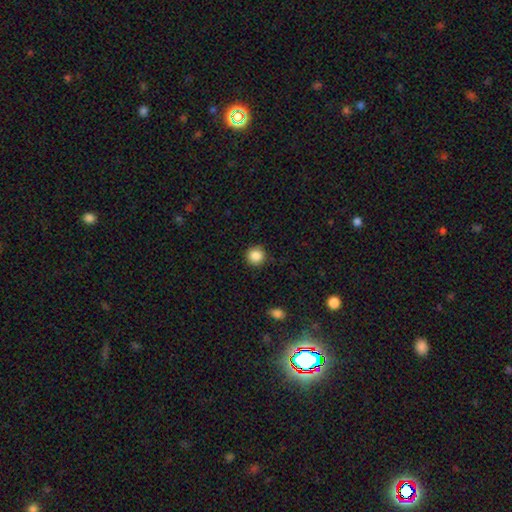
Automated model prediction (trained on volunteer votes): smooth 87%, star or artifact 10%, featured or disk 3%. Down the decision tree: how rounded — round (94%); merging — none (90%).